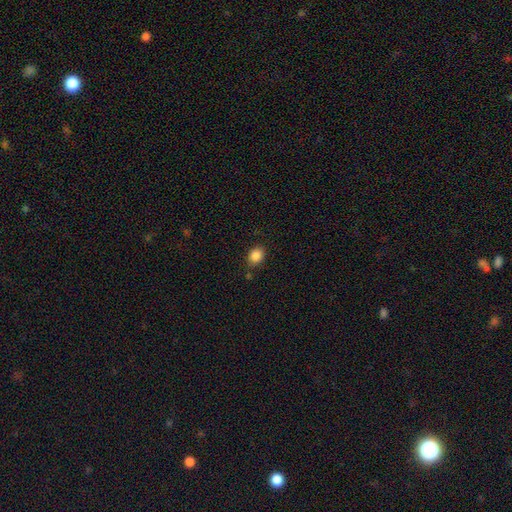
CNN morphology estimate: Overall: smooth (87%). How rounded: round (56%; in between 43%). Merging: none (82%).